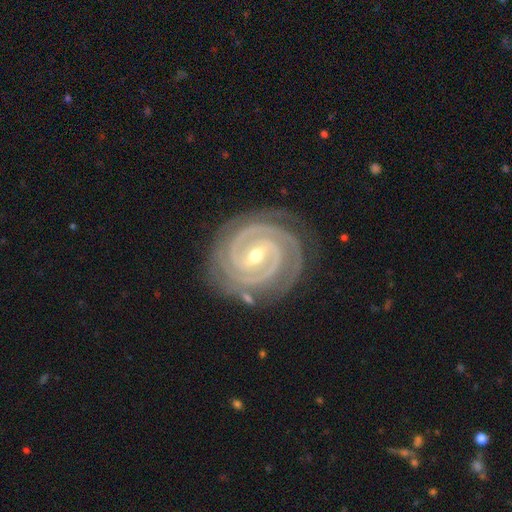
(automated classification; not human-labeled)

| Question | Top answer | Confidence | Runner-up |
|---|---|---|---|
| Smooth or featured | featured or disk | 94% | star or artifact (4%) |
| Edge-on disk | no | 97% | yes (3%) |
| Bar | strong | 49% | weak (37%) |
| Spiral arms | yes | 99% | no (1%) |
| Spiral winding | tight | 86% | medium (13%) |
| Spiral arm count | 2 | 67% | 3 (17%) |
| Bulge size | small | 50% | moderate (47%) |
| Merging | none | 83% | minor disturbance (12%) |